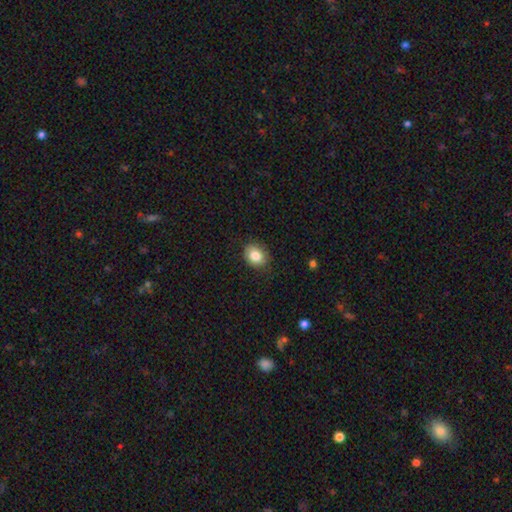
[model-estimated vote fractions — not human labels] Smooth or featured? smooth (85%)
How rounded? in between (54%)
Merging? none (81%)